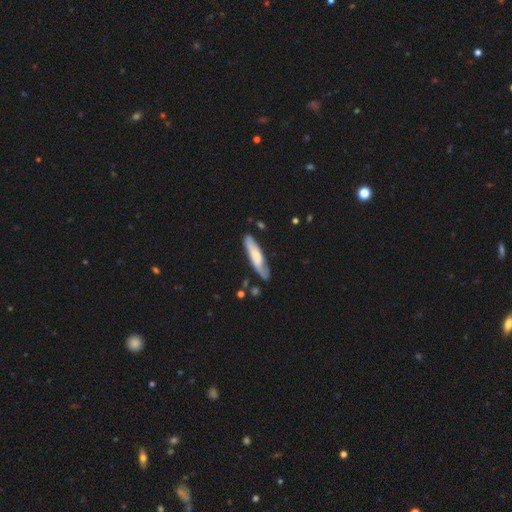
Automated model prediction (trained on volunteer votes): smooth_or_featured: smooth (p=0.53) [alt: featured or disk p=0.42]
how_rounded: cigar-shaped (p=0.75) [alt: in between p=0.24]
merging: none (p=0.72) [alt: minor disturbance p=0.20]